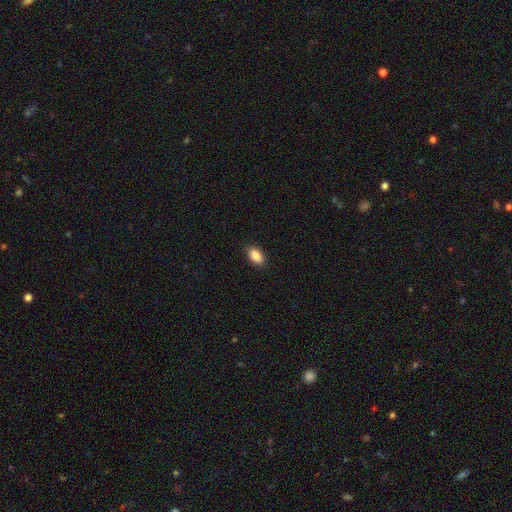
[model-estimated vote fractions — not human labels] Smooth or featured? Predicted: smooth (p=0.89). How rounded? Predicted: in between (p=0.91). Merging? Predicted: none (p=0.87).